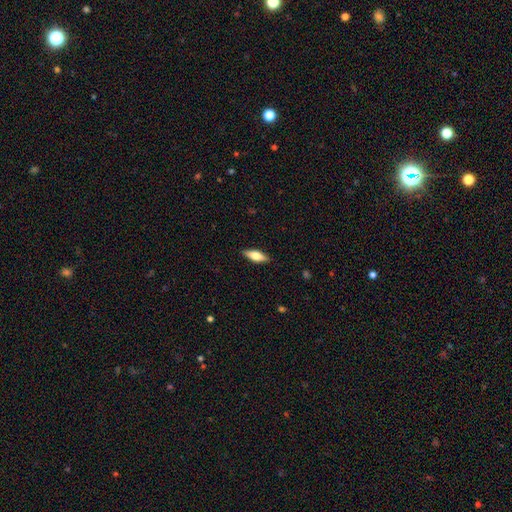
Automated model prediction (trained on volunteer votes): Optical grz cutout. It shows a smooth galaxy with no disk features (61%) that is in between round and cigar-shaped (61%). Merging: none (88%).